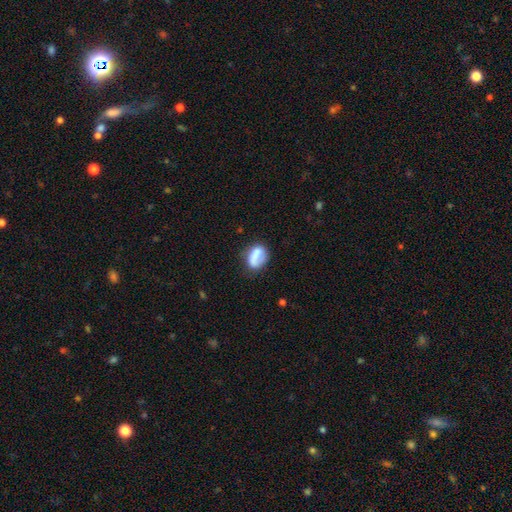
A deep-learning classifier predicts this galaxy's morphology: Smooth or featured?
  - smooth: 66% *
  - featured or disk: 25%
  - star or artifact: 8%
How rounded?
  - in between: 68% *
  - round: 29%
  - cigar-shaped: 3%
Merging?
  - none: 49% *
  - minor disturbance: 26%
  - major disturbance: 16%
  - merger: 9%